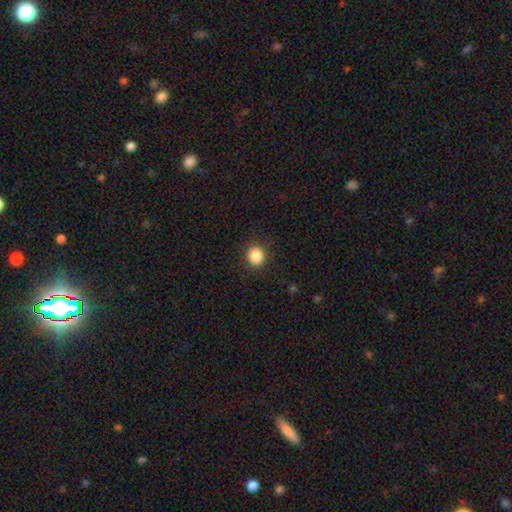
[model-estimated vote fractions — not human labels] Smooth or featured?
  - smooth: 87% *
  - star or artifact: 10%
  - featured or disk: 3%
How rounded?
  - round: 85% *
  - in between: 14%
  - cigar-shaped: 1%
Merging?
  - none: 89% *
  - minor disturbance: 7%
  - major disturbance: 3%
  - merger: 1%